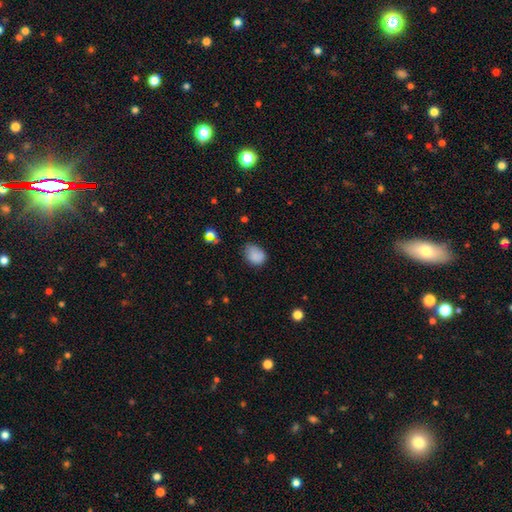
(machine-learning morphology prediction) Smooth or featured: smooth — 84% (star or artifact — 10%)
How rounded: in between — 62% (round — 37%)
Merging: none — 56% (minor disturbance — 34%)